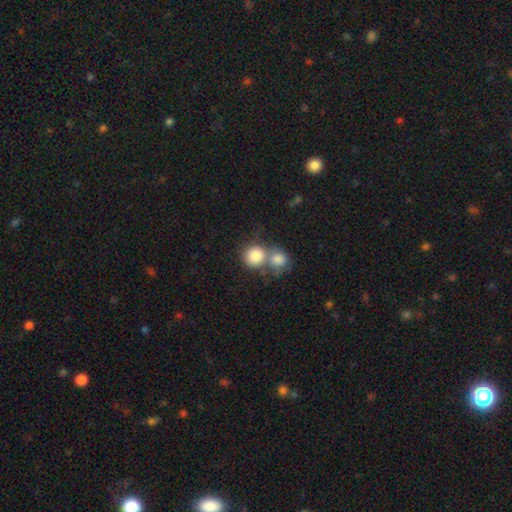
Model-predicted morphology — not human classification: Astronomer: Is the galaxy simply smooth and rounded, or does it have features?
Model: smooth — 83%.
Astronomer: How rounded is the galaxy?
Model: round — 86%.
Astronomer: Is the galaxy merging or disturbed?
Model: merger — 56% (runner-up: none, 34%).